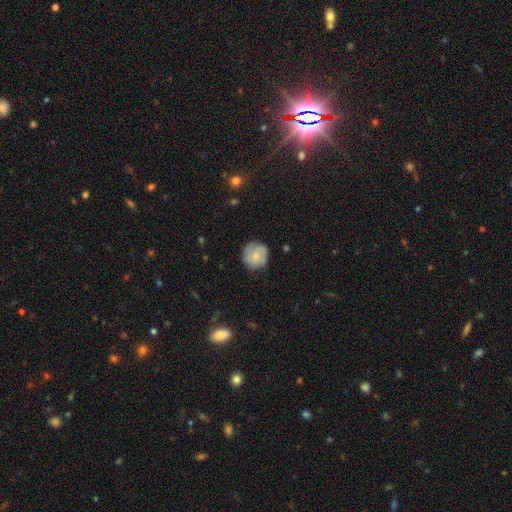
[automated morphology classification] Smooth or featured?
  - smooth: 53% *
  - featured or disk: 40%
  - star or artifact: 7%
How rounded?
  - round: 88% *
  - in between: 11%
  - cigar-shaped: 1%
Merging?
  - none: 74% *
  - minor disturbance: 19%
  - major disturbance: 5%
  - merger: 2%